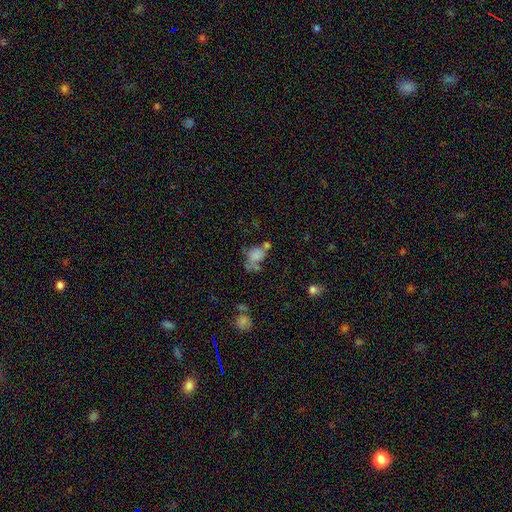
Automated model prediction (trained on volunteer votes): Q: Smooth or featured?
A: smooth (64%); runner-up: featured or disk (21%)
Q: How rounded?
A: in between (66%); runner-up: round (32%)
Q: Merging?
A: merger (31%); runner-up: none (25%)